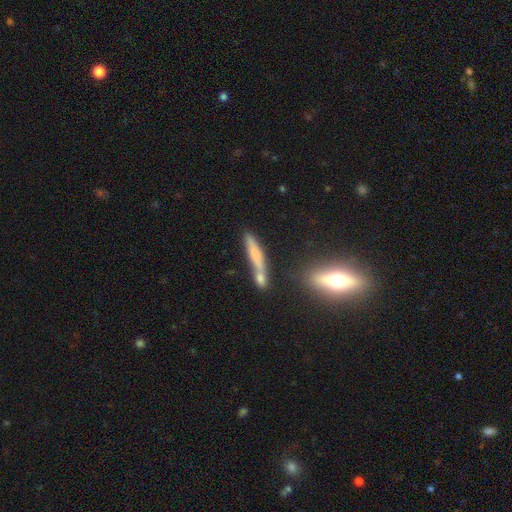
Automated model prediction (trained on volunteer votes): Overall: smooth (57%; featured or disk 33%). How rounded: cigar-shaped (89%). Merging: none (52%; merger 26%).